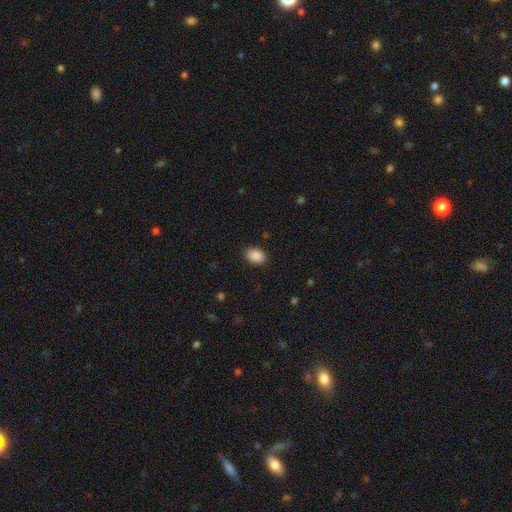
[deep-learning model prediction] This appears to be a smooth galaxy with no disk features (89%) that is in between round and cigar-shaped (82%). Merging: none (89%).